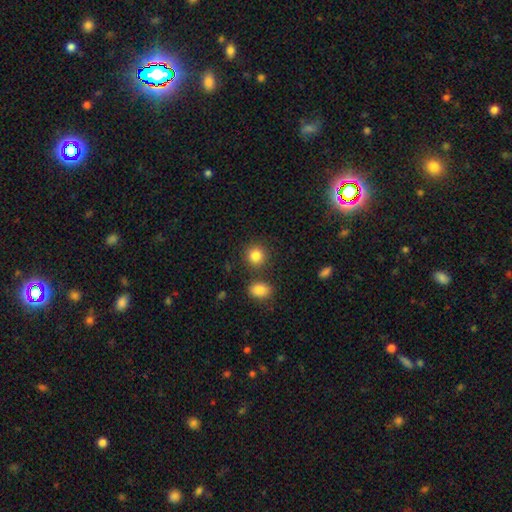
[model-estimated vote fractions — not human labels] smooth-or-featured: smooth: 85% | star or artifact: 10% | featured or disk: 5%
  how-rounded: round: 88% | in between: 11% | cigar-shaped: 1%
  merging: none: 81% | merger: 8% | minor disturbance: 8% | major disturbance: 3%